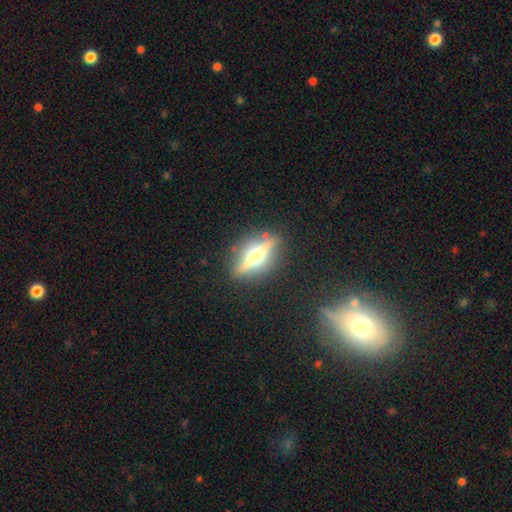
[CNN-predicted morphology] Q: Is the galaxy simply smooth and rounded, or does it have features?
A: featured or disk — 75%.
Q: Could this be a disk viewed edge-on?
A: yes — 92%.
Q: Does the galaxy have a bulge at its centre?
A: rounded — 95%.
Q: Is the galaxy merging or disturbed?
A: none — 85%.